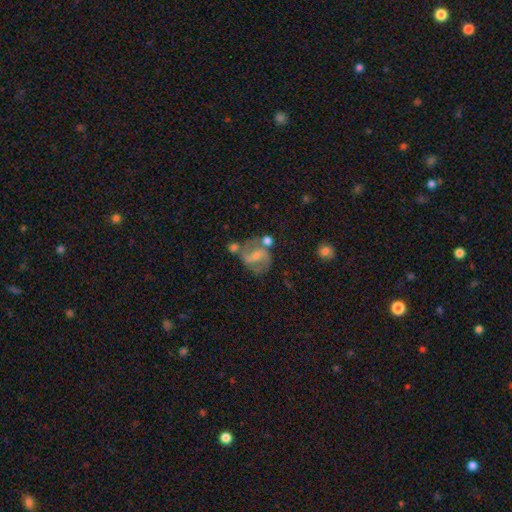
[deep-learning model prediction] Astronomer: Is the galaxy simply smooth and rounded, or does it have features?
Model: featured or disk — 73%.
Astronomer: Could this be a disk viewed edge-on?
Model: no — 98%.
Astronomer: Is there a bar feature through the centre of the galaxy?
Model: weak — 48% (runner-up: strong, 28%).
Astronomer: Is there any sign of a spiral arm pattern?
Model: yes — 89%.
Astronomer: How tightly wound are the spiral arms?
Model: medium — 50% (runner-up: loose, 35%).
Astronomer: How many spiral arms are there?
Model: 2 — 86%.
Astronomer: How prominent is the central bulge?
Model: small — 47% (runner-up: moderate, 27%).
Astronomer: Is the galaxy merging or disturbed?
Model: none — 51%.